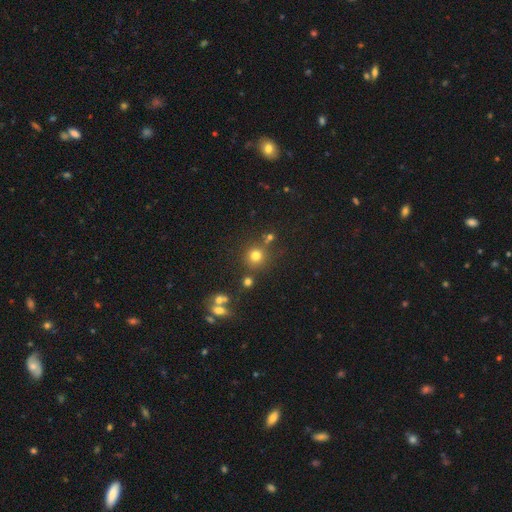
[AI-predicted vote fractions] This is likely a smooth galaxy (74%). How rounded: clearly round (91%). Merging: likely none (75%).